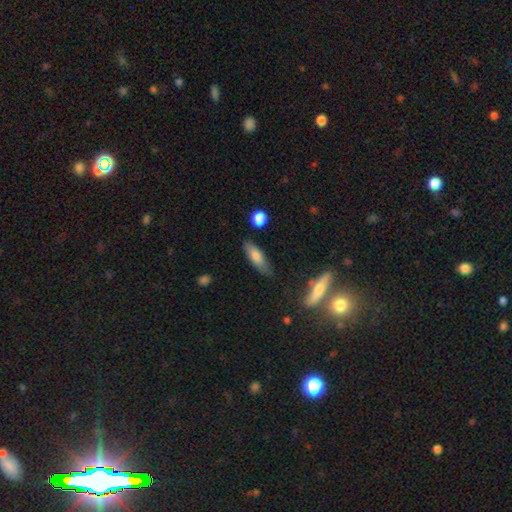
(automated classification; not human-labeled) The model was most divided on "how rounded": cigar-shaped: 50%, in between: 47%, round: 3%. More confident: merging — none (74%); smooth or featured — smooth (72%).